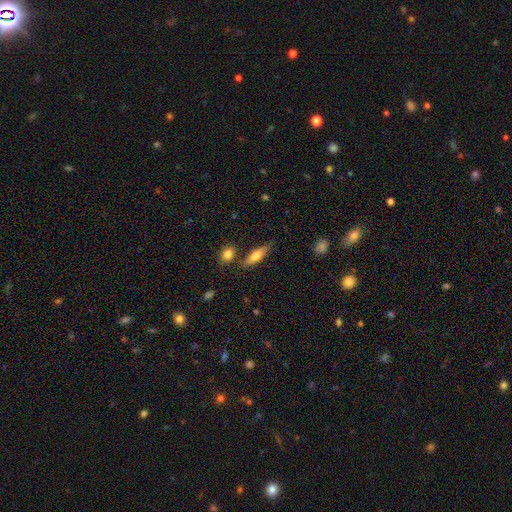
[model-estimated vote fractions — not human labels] The model was most divided on "how rounded": cigar-shaped: 58%, in between: 39%, round: 2%. More confident: merging — none (76%); smooth or featured — smooth (68%).